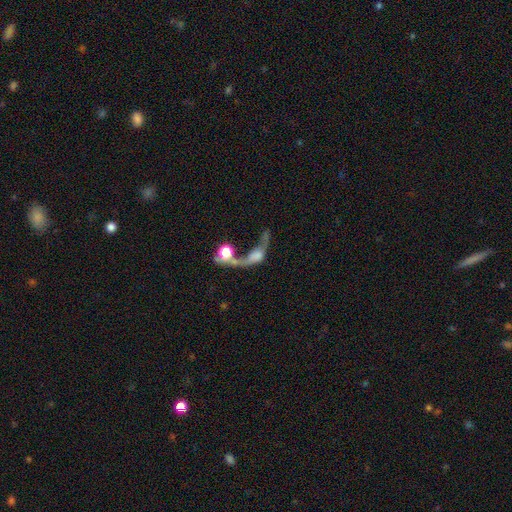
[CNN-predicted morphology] A featured or disk galaxy (48%). Merging: merger (44%).